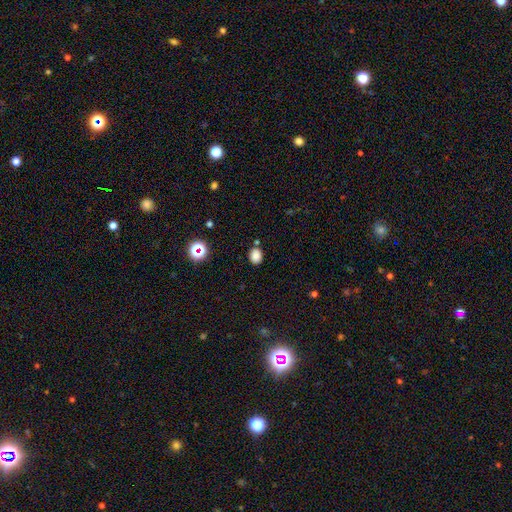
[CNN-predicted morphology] Smooth or featured? Predicted: smooth (p=0.82). How rounded? Predicted: round (p=0.50). Merging? Predicted: none (p=0.80).